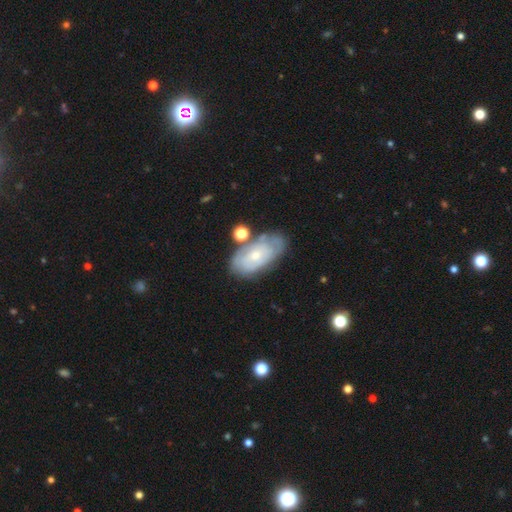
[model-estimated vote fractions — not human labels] Overall: featured or disk (58%; smooth 35%). Edge-on disk: no (93%). Bar: no (82%). Spiral arms: yes (58%; no 42%). Bulge size: small (68%). Merging: none (60%; minor disturbance 22%).